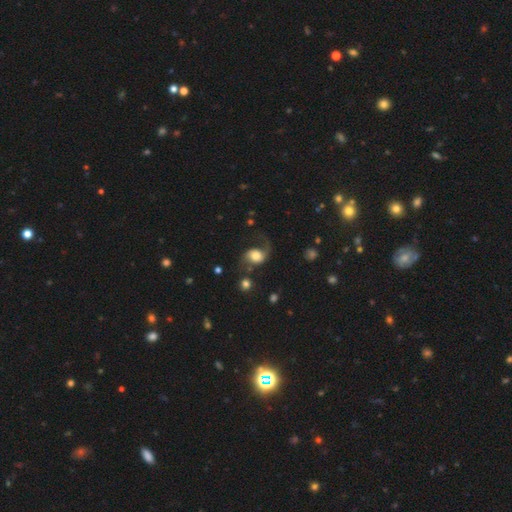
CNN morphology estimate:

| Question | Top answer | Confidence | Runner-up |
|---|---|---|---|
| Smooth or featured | featured or disk | 60% | smooth (32%) |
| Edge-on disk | no | 97% | yes (3%) |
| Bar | no | 64% | weak (29%) |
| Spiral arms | yes | 91% | no (9%) |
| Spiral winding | loose | 73% | medium (23%) |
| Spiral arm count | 2 | 69% | 1 (26%) |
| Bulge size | large | 42% | moderate (34%) |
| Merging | none | 47% | major disturbance (28%) |